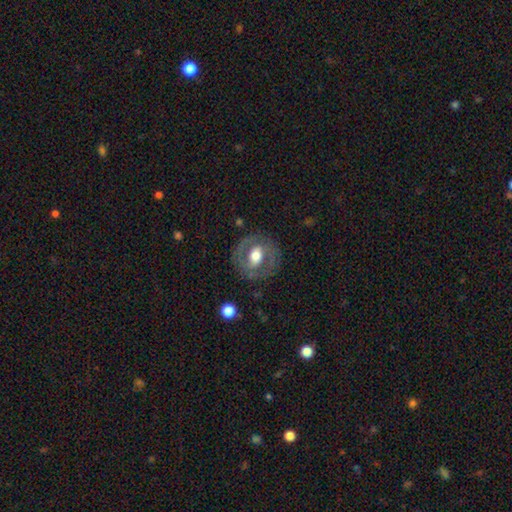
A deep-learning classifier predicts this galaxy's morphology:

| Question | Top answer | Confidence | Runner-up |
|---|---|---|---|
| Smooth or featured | featured or disk | 58% | smooth (36%) |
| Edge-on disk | no | 95% | yes (5%) |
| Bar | no | 45% | weak (34%) |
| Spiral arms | no | 59% | yes (41%) |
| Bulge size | moderate | 59% | large (31%) |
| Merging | none | 77% | minor disturbance (14%) |